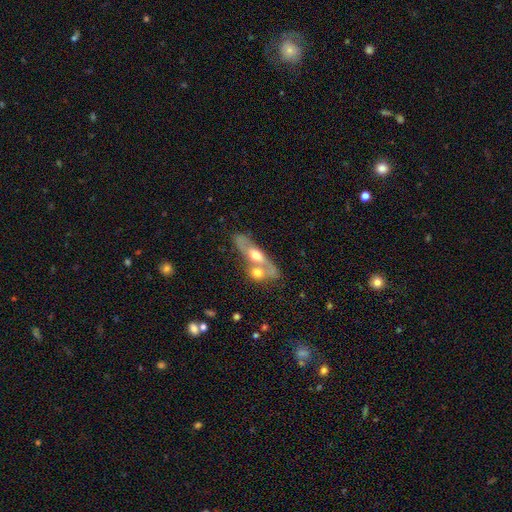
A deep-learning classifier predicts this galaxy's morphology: Smooth or featured: featured or disk — 49% (smooth — 44%)
Merging: merger — 56% (none — 29%)